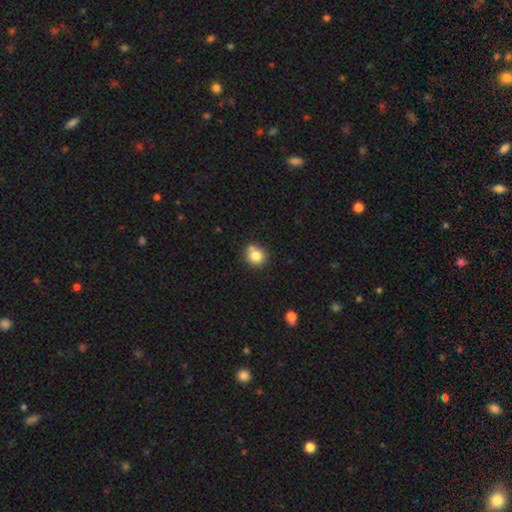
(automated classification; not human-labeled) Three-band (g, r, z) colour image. It shows a smooth galaxy with no disk features (80%) that is round (86%). Merging: none (63%).